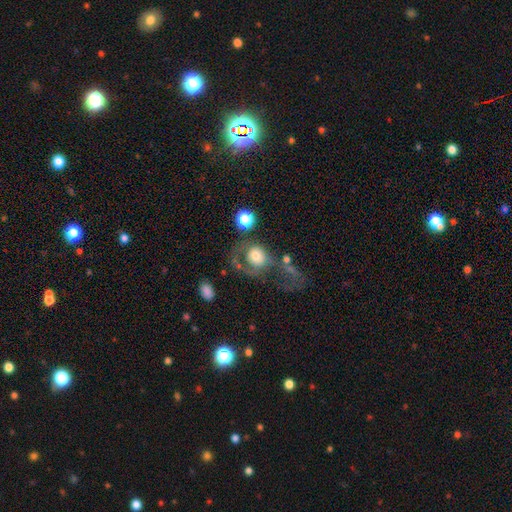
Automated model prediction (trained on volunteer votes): Morphology: type=smooth (56%); roundness=round (73%); merging=major disturbance (42%).